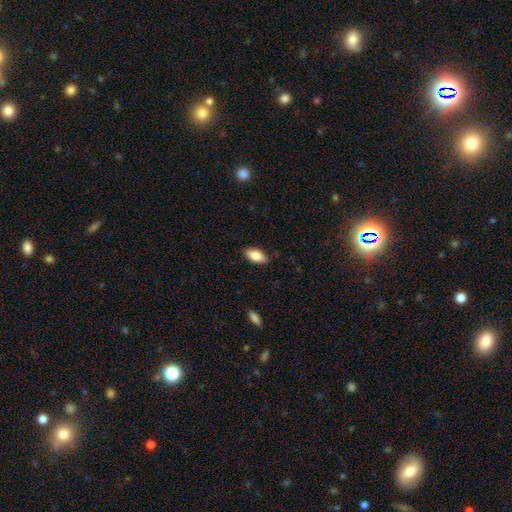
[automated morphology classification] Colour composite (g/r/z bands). It shows a smooth galaxy with no disk features (82%) that is in between round and cigar-shaped (90%). Merging: none (85%).